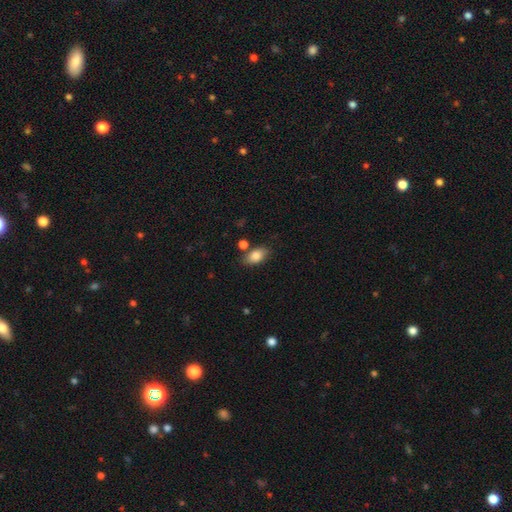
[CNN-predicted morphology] Overall: smooth (84%). How rounded: in between (89%). Merging: none (76%).